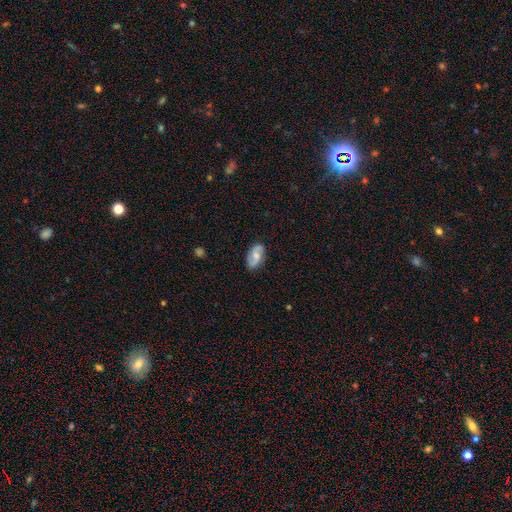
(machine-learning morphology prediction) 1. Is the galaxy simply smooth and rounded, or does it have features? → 64% featured or disk, 30% smooth, 6% star or artifact.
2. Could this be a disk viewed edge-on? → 96% no, 4% yes.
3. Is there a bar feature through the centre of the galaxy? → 46% no, 43% weak, 11% strong.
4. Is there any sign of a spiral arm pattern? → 91% yes, 9% no.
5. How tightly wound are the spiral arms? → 44% loose, 39% medium, 17% tight.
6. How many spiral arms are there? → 91% 2, 5% can't tell, 2% 1, 1% 3, 1% 4, 1% more than 4.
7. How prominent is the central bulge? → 58% moderate, 31% small, 6% none, 4% large, 1% dominant.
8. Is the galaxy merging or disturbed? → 84% none, 12% minor disturbance, 3% major disturbance, 1% merger.